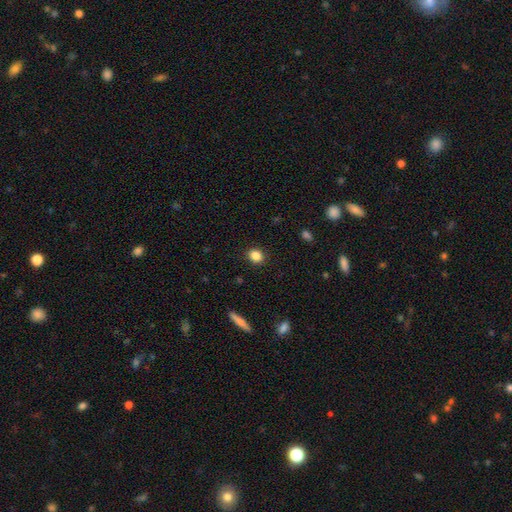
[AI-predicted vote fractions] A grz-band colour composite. It shows a smooth galaxy with no disk features (85%) that is round (67%). Merging: none (90%).